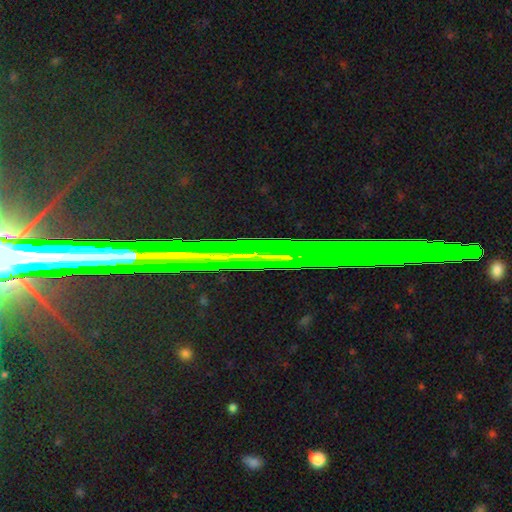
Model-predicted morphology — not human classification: The model was most divided on "smooth or featured": star or artifact: 72%, featured or disk: 18%, smooth: 10%.